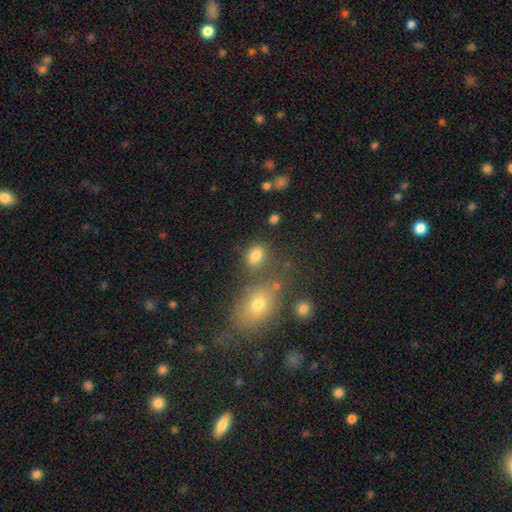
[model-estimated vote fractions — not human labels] Morphology: type=smooth (79%); roundness=in between (69%); merging=none (63%).